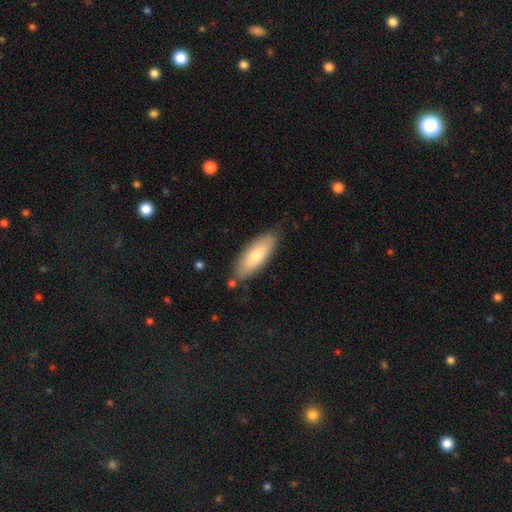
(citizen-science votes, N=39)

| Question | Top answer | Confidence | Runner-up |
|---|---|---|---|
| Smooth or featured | smooth | 62% | featured or disk (36%) |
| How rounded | in between | 50% | tied: cigar-shaped (50%) |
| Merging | none | 74% | minor disturbance (11%) |